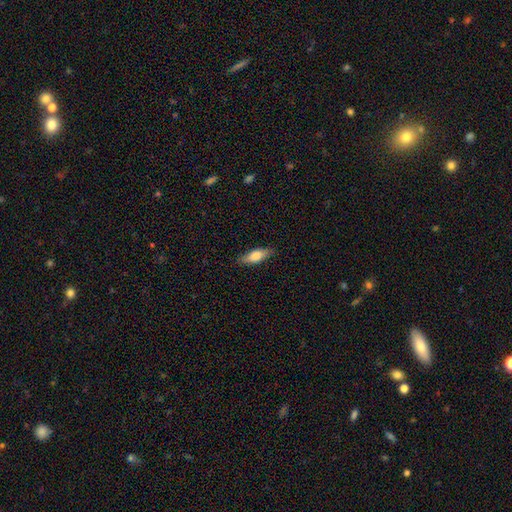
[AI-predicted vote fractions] Smooth or featured: smooth — 75% (featured or disk — 19%)
How rounded: in between — 61% (cigar-shaped — 36%)
Merging: none — 85% (minor disturbance — 12%)